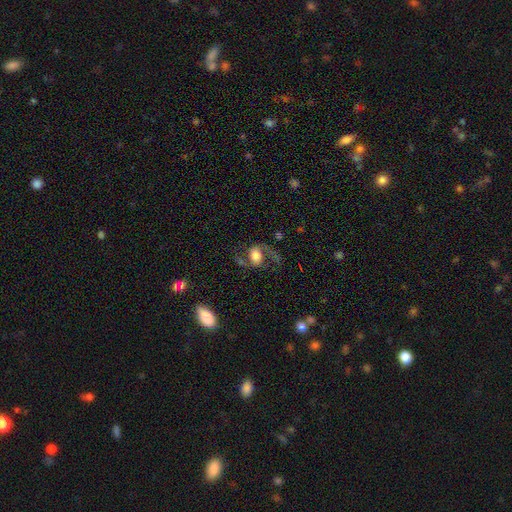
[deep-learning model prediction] The model was most divided on "bulge size": large: 41%, moderate: 38%, small: 9%, dominant: 9%, none: 3%. More confident: edge-on disk — no (97%); spiral arms — yes (89%); spiral arm count — 2 (84%); smooth or featured — featured or disk (64%); spiral winding — loose (60%); bar — no (56%); merging — none (54%).